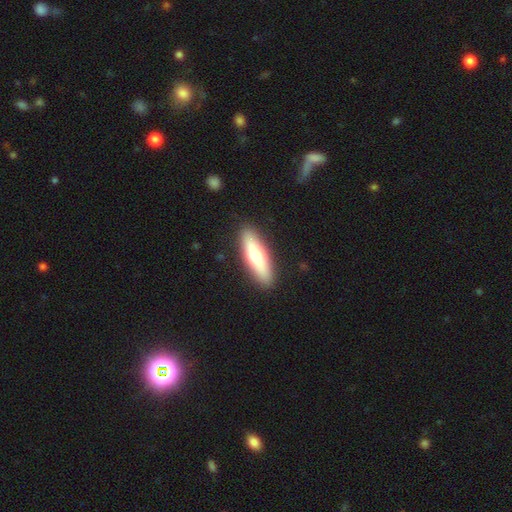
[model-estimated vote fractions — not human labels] smooth-or-featured: smooth: 60% | featured or disk: 34% | star or artifact: 5%
  how-rounded: cigar-shaped: 63% | in between: 35% | round: 2%
  merging: none: 90% | minor disturbance: 7% | major disturbance: 2% | merger: 1%